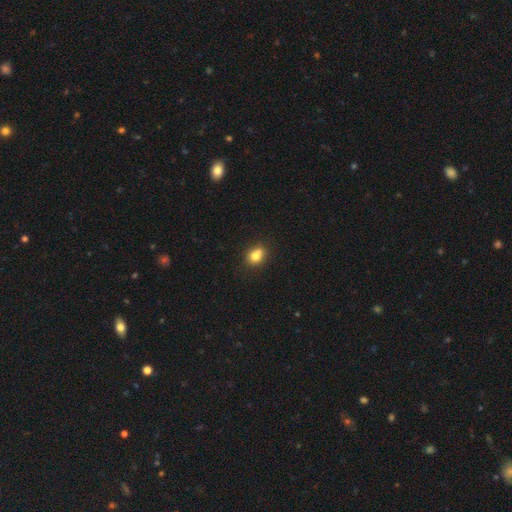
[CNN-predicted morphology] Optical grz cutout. It shows a smooth galaxy with no disk features (77%) that is in between round and cigar-shaped (51%). Merging: none (54%).